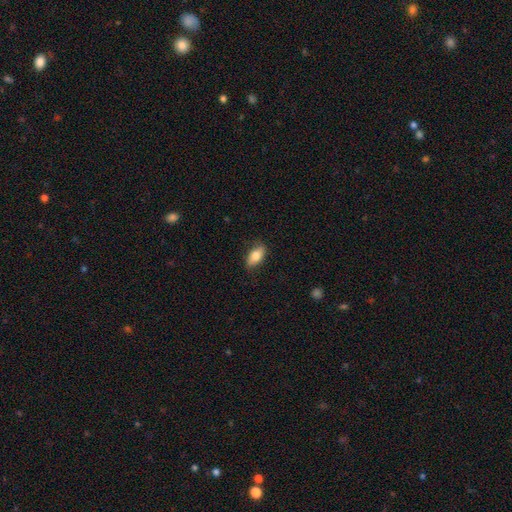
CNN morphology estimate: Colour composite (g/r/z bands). It shows a smooth galaxy with no disk features (79%) that is in between round and cigar-shaped (86%). Merging: none (81%).